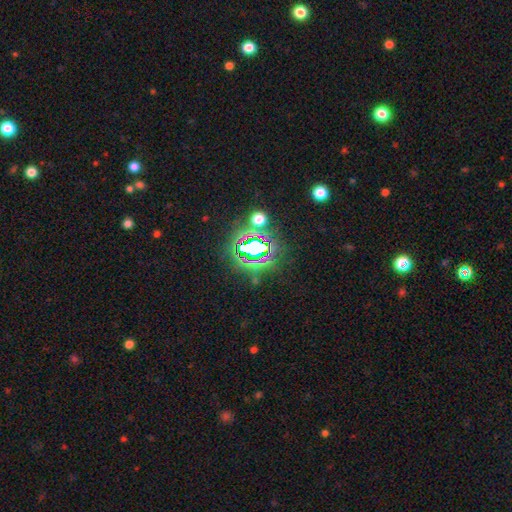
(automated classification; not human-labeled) Smooth or featured?
  - star or artifact: 83% *
  - smooth: 10%
  - featured or disk: 7%